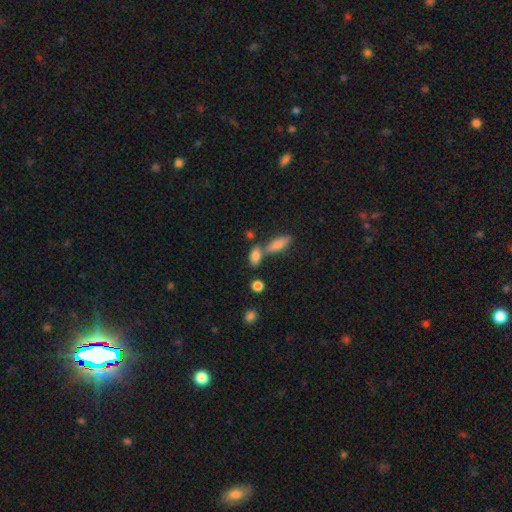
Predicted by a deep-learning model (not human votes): Overall: smooth (80%). How rounded: in between (80%). Merging: none (50%; merger 33%).